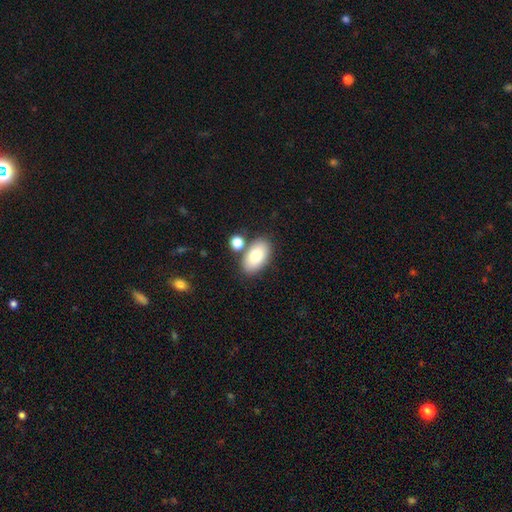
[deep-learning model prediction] A smooth galaxy with no disk features (81%) that is in between round and cigar-shaped (94%).

Vote fractions:
- Smooth or featured? smooth: 81% / featured or disk: 12% / star or artifact: 7%
- How rounded? in between: 94% / round: 5% / cigar-shaped: 2%
- Merging? none: 73% / merger: 13% / minor disturbance: 11% / major disturbance: 3%